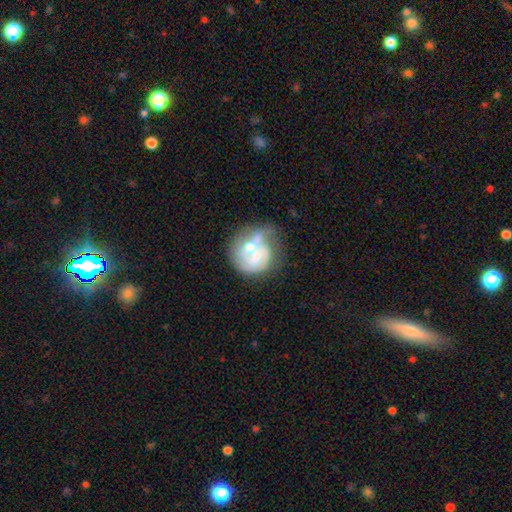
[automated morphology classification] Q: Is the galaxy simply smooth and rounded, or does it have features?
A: featured or disk — 61%.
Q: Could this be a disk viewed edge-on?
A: no — 98%.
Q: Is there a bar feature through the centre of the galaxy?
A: no — 70%.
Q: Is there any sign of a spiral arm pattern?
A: yes — 55%.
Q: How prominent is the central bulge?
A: moderate — 49%.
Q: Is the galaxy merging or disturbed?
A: none — 31%.